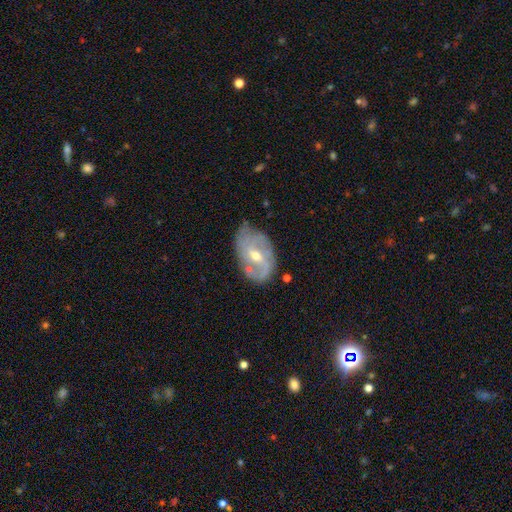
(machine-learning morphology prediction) The model was most divided on "spiral winding": medium: 40%, tight: 32%, loose: 28%. More confident: edge-on disk — no (96%); spiral arms — yes (88%); smooth or featured — featured or disk (80%); merging — none (61%); bulge size — moderate (54%); spiral arm count — 2 (53%); bar — weak (50%).